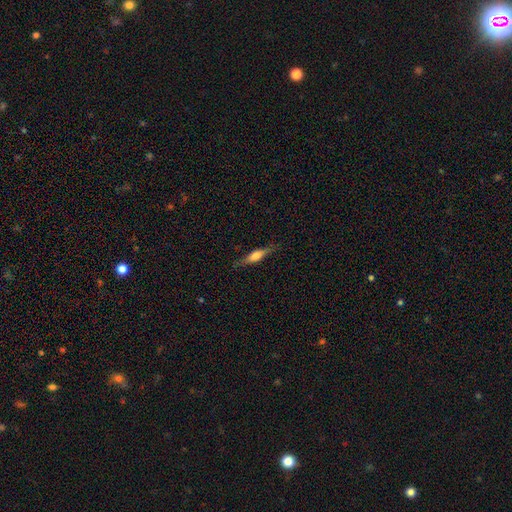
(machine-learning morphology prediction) The model was most divided on "smooth or featured": smooth: 48%, featured or disk: 46%, star or artifact: 6%. More confident: merging — none (82%).